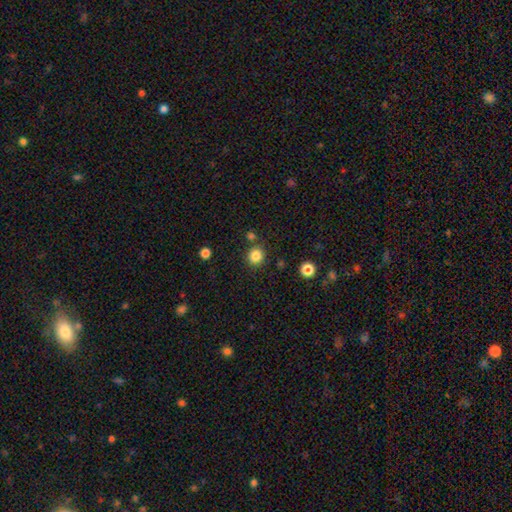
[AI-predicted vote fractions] smooth_or_featured: smooth (p=0.84) [alt: star or artifact p=0.12]
how_rounded: round (p=0.90) [alt: in between p=0.09]
merging: none (p=0.84) [alt: minor disturbance p=0.07]